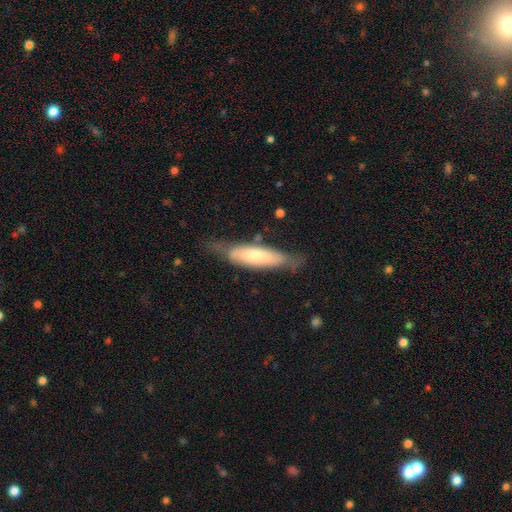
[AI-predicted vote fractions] smooth_or_featured: smooth (p=0.56) [alt: featured or disk p=0.38]
how_rounded: cigar-shaped (p=0.61) [alt: in between p=0.38]
merging: none (p=0.60) [alt: minor disturbance p=0.27]